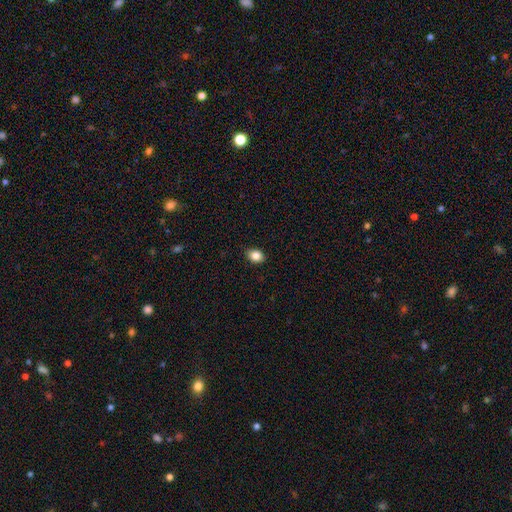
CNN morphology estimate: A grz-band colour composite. It shows a smooth galaxy with no disk features (84%) that is in between round and cigar-shaped (62%). Merging: none (86%).